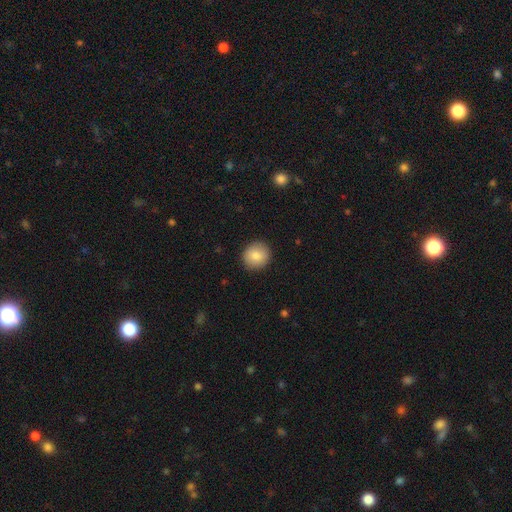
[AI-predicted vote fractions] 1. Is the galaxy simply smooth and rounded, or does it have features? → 85% smooth, 8% star or artifact, 7% featured or disk.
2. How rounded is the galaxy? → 89% round, 10% in between, 1% cigar-shaped.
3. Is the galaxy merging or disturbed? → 91% none, 6% minor disturbance, 2% major disturbance, 1% merger.